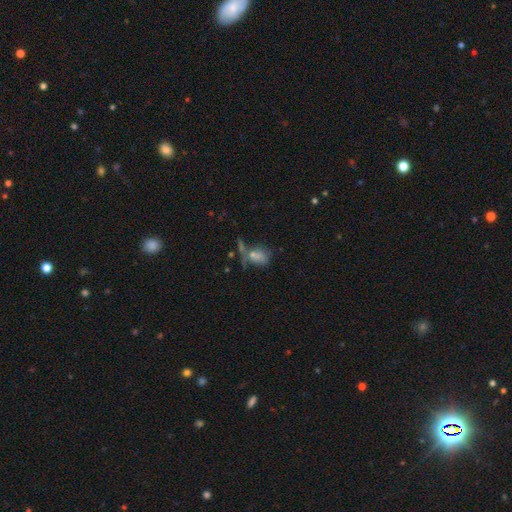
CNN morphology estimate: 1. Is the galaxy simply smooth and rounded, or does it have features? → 61% smooth, 24% featured or disk, 16% star or artifact.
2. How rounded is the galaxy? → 71% in between, 24% round, 4% cigar-shaped.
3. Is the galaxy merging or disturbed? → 35% none, 27% merger, 19% major disturbance, 19% minor disturbance.